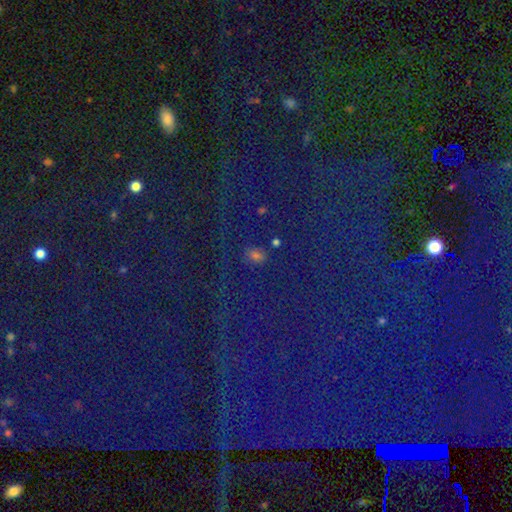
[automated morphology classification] This appears to be a star or artifact, not a galaxy (52%).